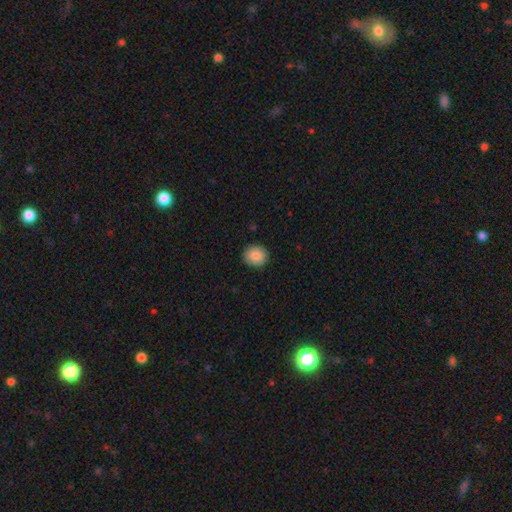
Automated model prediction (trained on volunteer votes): smooth_or_featured: smooth (p=0.87) [alt: star or artifact p=0.08]
how_rounded: round (p=0.80) [alt: in between p=0.20]
merging: none (p=0.91) [alt: minor disturbance p=0.06]